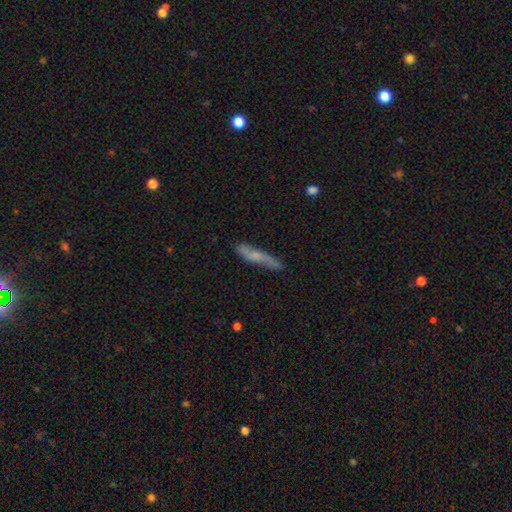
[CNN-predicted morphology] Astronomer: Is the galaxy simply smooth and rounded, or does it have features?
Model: smooth — 55% (runner-up: featured or disk, 39%).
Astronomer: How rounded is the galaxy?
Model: cigar-shaped — 89%.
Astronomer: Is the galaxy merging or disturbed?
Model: none — 74%.